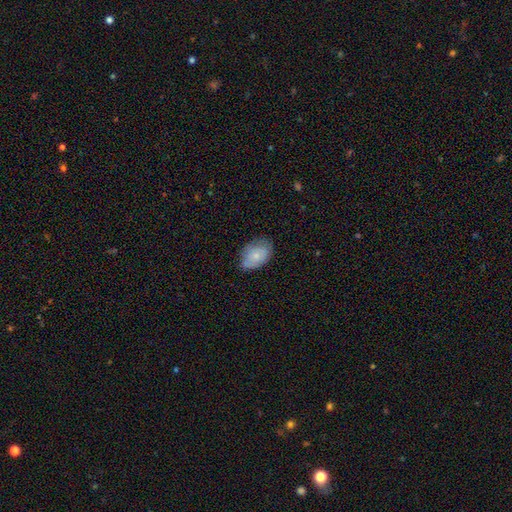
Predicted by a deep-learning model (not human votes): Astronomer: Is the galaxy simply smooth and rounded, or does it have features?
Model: smooth — 68%.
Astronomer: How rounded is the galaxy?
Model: in between — 85%.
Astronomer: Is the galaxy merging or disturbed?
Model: none — 64%.